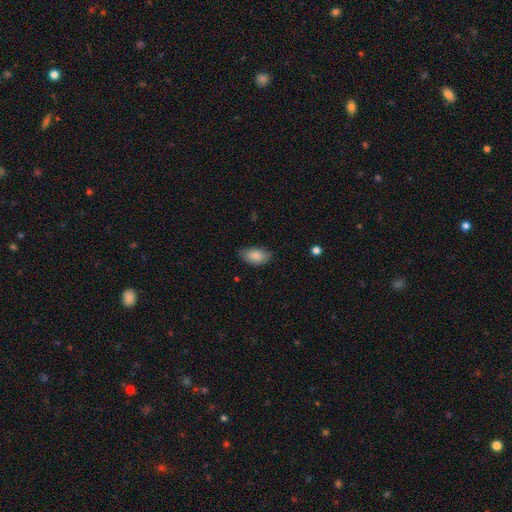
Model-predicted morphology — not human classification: This appears to be a smooth galaxy with no disk features (87%) that is in between round and cigar-shaped (93%). Merging: none (76%).